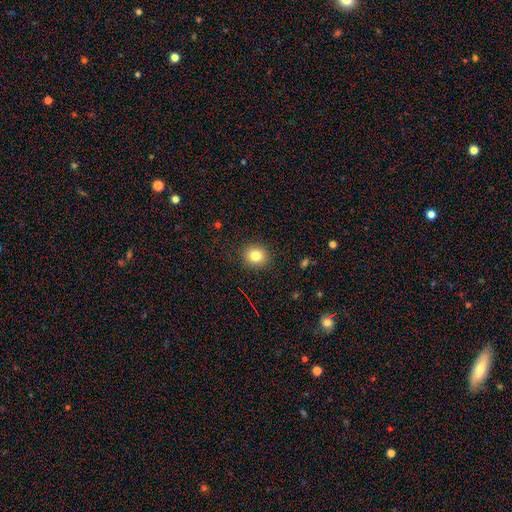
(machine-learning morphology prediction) Smooth or featured? smooth (81%)
How rounded? round (78%)
Merging? none (90%)